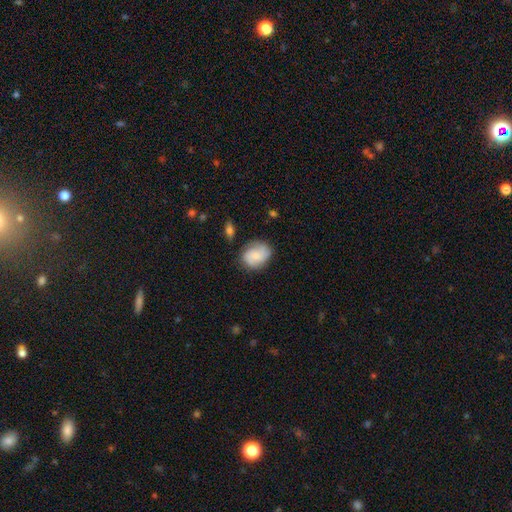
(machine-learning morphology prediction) smooth_or_featured: smooth (p=0.63) [alt: featured or disk p=0.29]
how_rounded: in between (p=0.54) [alt: round p=0.45]
merging: none (p=0.69) [alt: minor disturbance p=0.21]